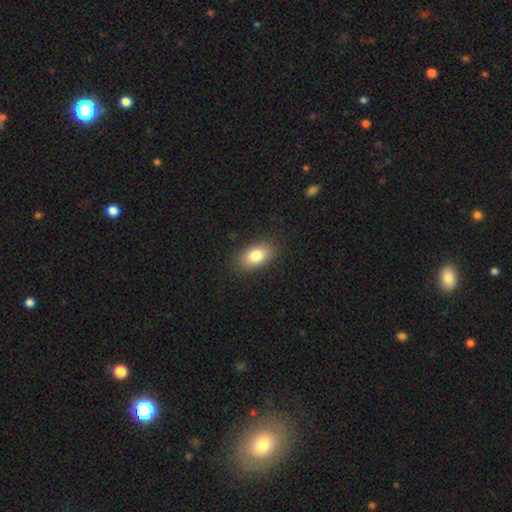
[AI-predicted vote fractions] Morphology: type=smooth (82%); roundness=in between (90%); merging=none (87%).